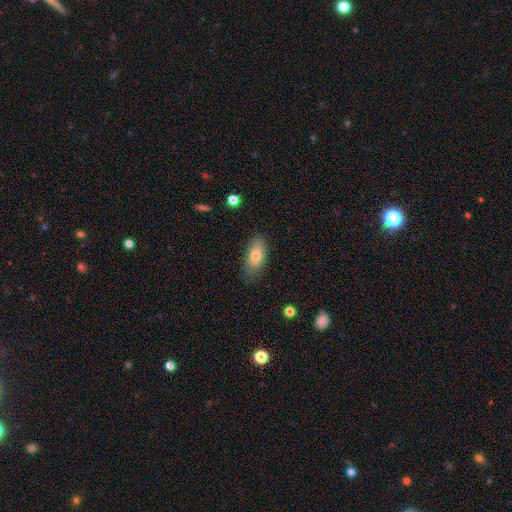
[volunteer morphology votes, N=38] type=smooth (82%); roundness=in between (74%); merging=none (74%).